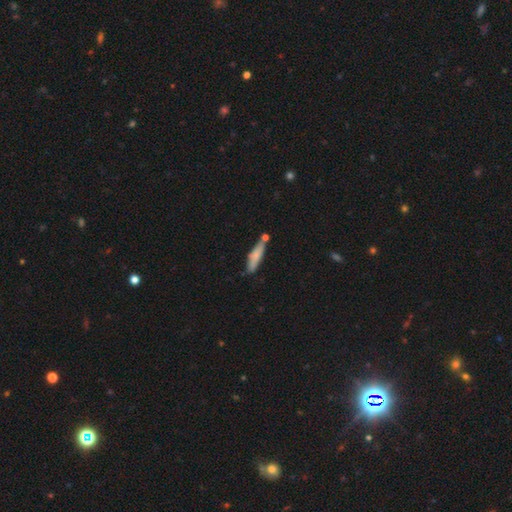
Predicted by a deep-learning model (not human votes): smooth-or-featured: smooth: 73% | featured or disk: 21% | star or artifact: 6%
  how-rounded: cigar-shaped: 76% | in between: 22% | round: 2%
  merging: none: 60% | minor disturbance: 20% | merger: 15% | major disturbance: 5%